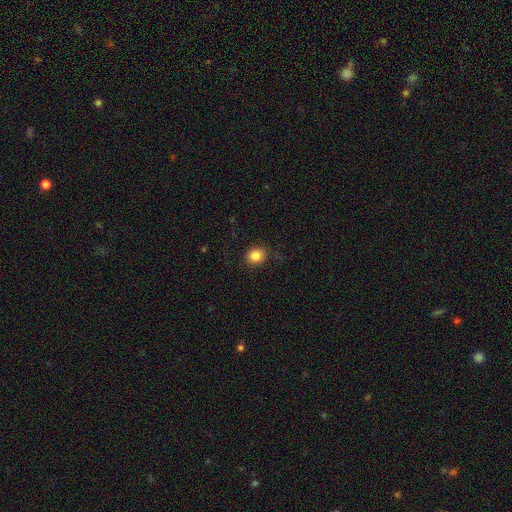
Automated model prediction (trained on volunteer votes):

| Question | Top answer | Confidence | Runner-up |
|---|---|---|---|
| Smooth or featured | smooth | 85% | star or artifact (10%) |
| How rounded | round | 75% | in between (24%) |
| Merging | none | 87% | minor disturbance (9%) |